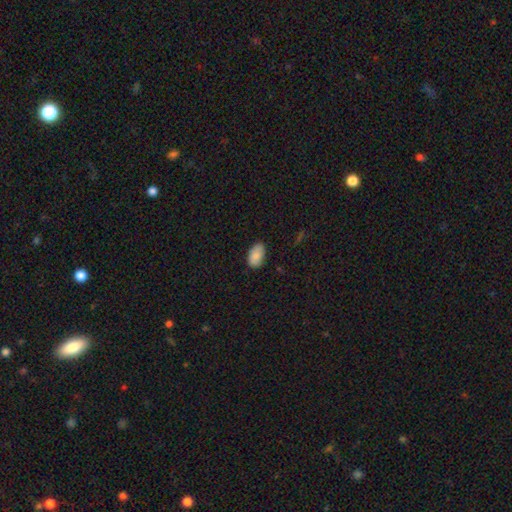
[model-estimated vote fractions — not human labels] Q: Smooth or featured?
A: smooth (85%); runner-up: featured or disk (8%)
Q: How rounded?
A: in between (93%); runner-up: round (5%)
Q: Merging?
A: none (77%); runner-up: minor disturbance (19%)